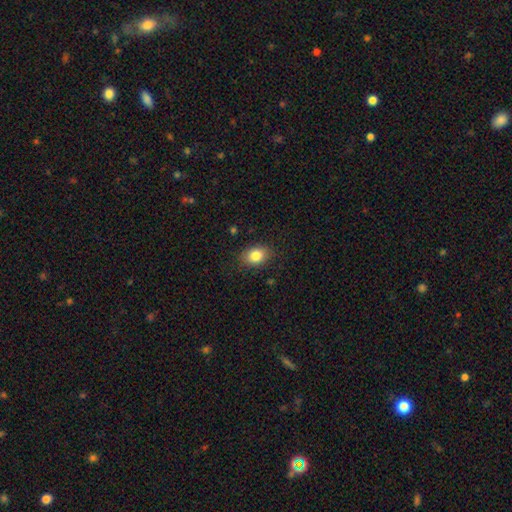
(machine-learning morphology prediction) Smooth or featured? Predicted: smooth (p=0.83). How rounded? Predicted: in between (p=0.75). Merging? Predicted: none (p=0.86).